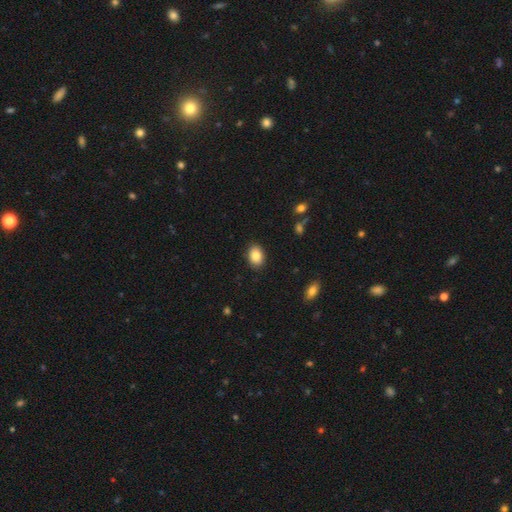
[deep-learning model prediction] smooth-or-featured: smooth: 86% | star or artifact: 8% | featured or disk: 6%
  how-rounded: in between: 77% | round: 22% | cigar-shaped: 1%
  merging: none: 89% | minor disturbance: 8% | major disturbance: 2% | merger: 1%